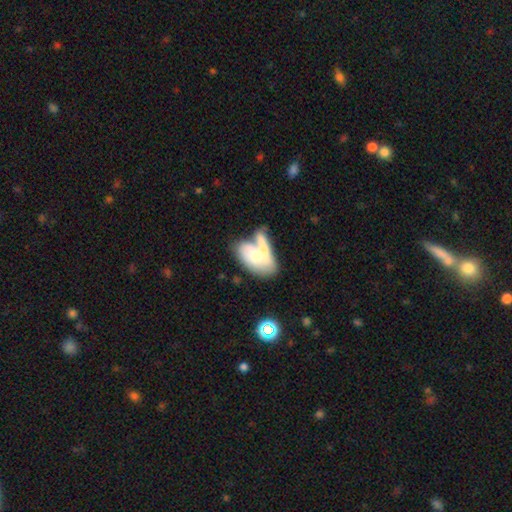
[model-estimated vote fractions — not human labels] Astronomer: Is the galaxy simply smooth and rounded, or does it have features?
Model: smooth — 59% (runner-up: featured or disk, 35%).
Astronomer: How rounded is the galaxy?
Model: in between — 88%.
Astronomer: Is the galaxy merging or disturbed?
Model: merger — 58%.